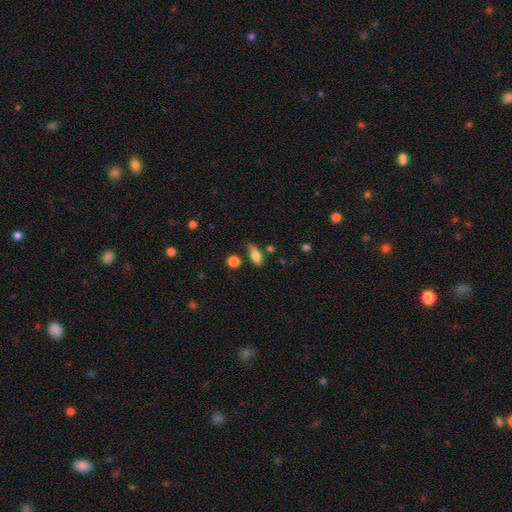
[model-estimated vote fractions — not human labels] Overall: smooth (81%). How rounded: in between (81%). Merging: none (67%).